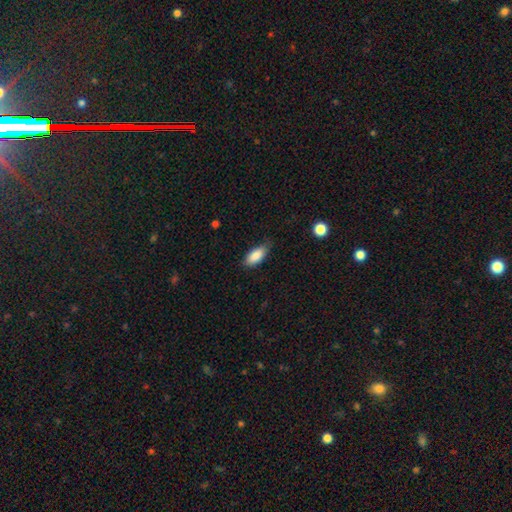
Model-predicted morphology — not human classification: Q: Smooth or featured?
A: smooth (86%); runner-up: featured or disk (7%)
Q: How rounded?
A: in between (87%); runner-up: cigar-shaped (11%)
Q: Merging?
A: none (70%); runner-up: minor disturbance (24%)